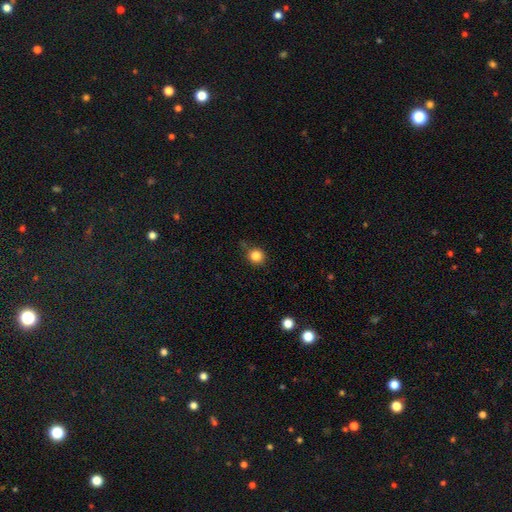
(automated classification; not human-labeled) Smooth or featured?
  - smooth: 84% *
  - star or artifact: 11%
  - featured or disk: 5%
How rounded?
  - round: 91% *
  - in between: 8%
  - cigar-shaped: 1%
Merging?
  - none: 80% *
  - minor disturbance: 14%
  - major disturbance: 3%
  - merger: 3%